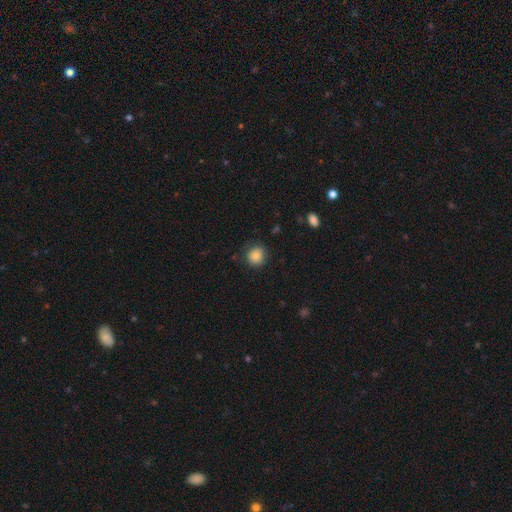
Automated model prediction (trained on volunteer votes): Morphology: type=smooth (84%); roundness=round (87%); merging=none (80%).